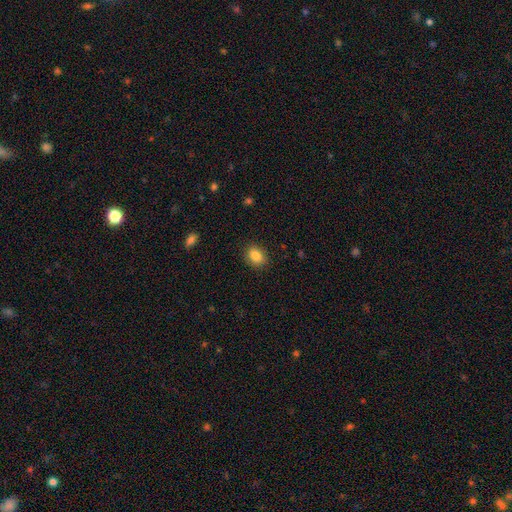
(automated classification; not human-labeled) smooth-or-featured: smooth: 85% | star or artifact: 9% | featured or disk: 6%
  how-rounded: in between: 52% | round: 47% | cigar-shaped: 1%
  merging: none: 89% | minor disturbance: 8% | major disturbance: 2% | merger: 1%